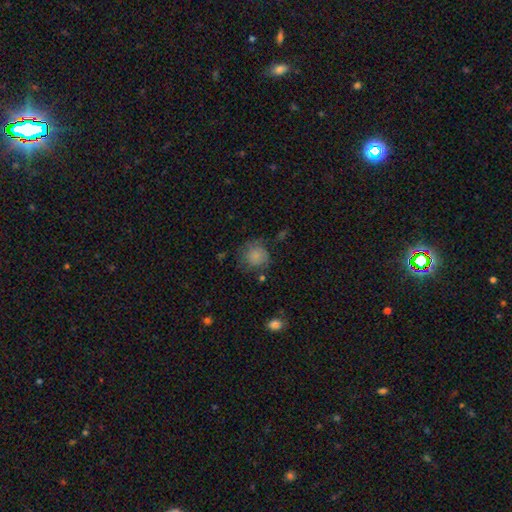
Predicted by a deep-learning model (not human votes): This is likely a smooth galaxy (78%). How rounded: clearly round (87%). Merging: likely none (60%).